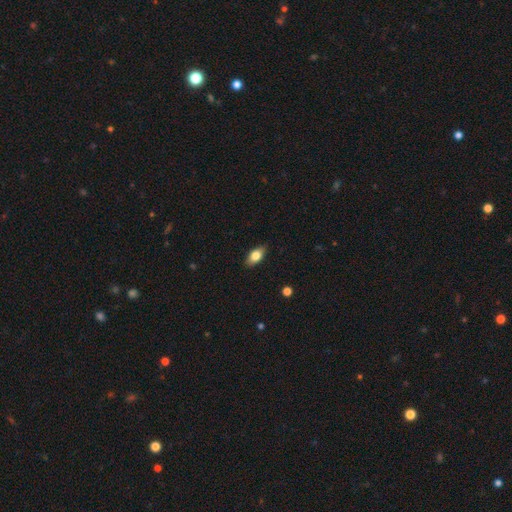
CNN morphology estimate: smooth_or_featured: smooth (p=0.79) [alt: featured or disk p=0.14]
how_rounded: in between (p=0.88) [alt: cigar-shaped p=0.06]
merging: none (p=0.87) [alt: minor disturbance p=0.10]